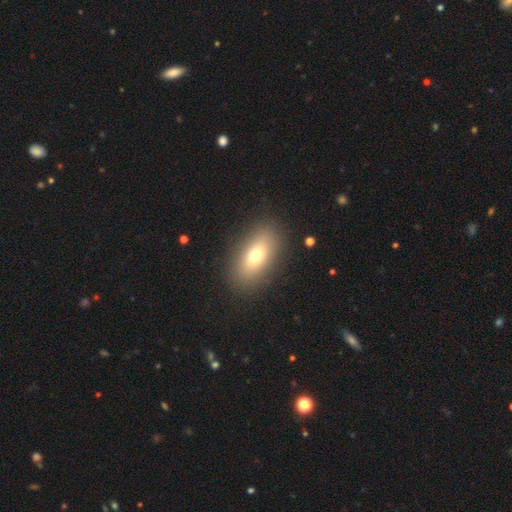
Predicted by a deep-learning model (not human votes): A smooth galaxy with no disk features (71%) that is in between round and cigar-shaped (85%).

Vote fractions:
- Smooth or featured? smooth: 71% / featured or disk: 19% / star or artifact: 10%
- How rounded? in between: 85% / cigar-shaped: 8% / round: 7%
- Merging? none: 87% / minor disturbance: 9% / major disturbance: 4% / merger: 1%